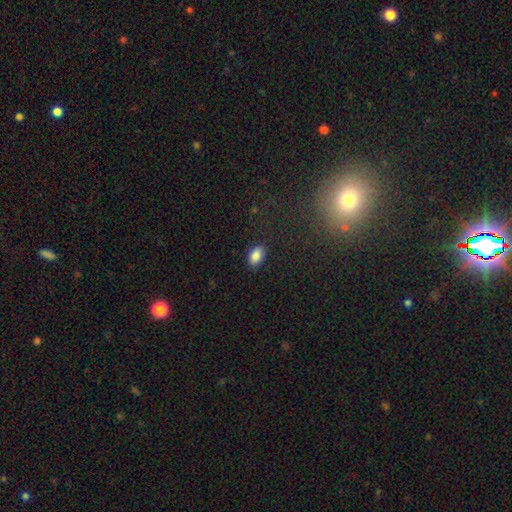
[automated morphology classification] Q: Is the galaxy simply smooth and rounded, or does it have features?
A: smooth — 86%.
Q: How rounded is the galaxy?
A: in between — 91%.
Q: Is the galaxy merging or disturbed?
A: none — 85%.